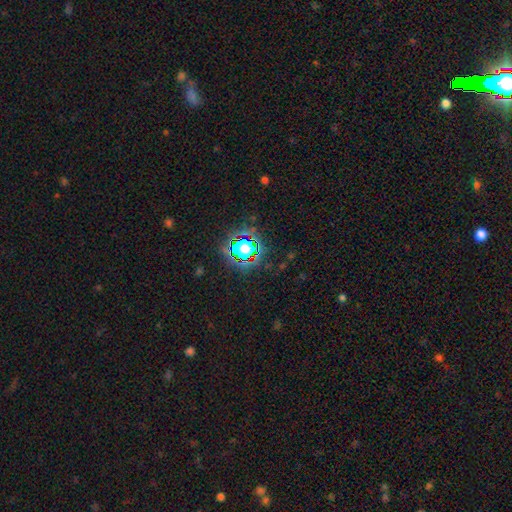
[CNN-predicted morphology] Overall: star or artifact (81%).